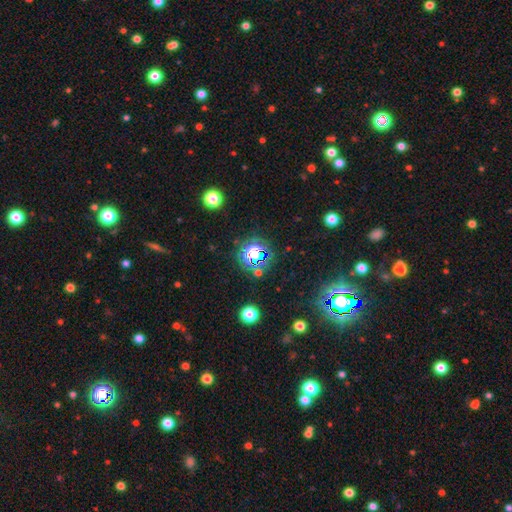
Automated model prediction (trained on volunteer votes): Smooth or featured: star or artifact — 68% (smooth — 22%)